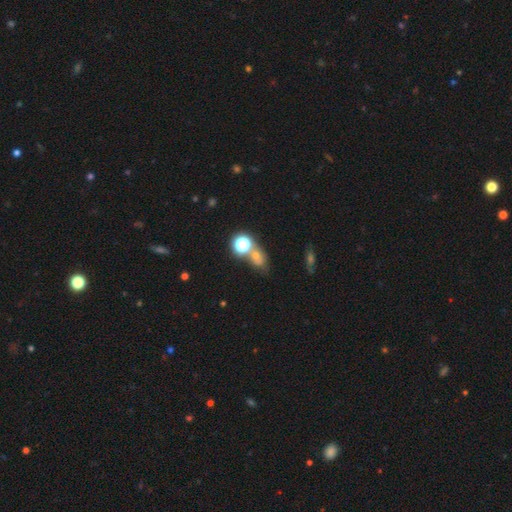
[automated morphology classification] Smooth or featured?
  - smooth: 47% *
  - star or artifact: 41%
  - featured or disk: 12%
Merging?
  - none: 55% *
  - merger: 28%
  - minor disturbance: 11%
  - major disturbance: 6%